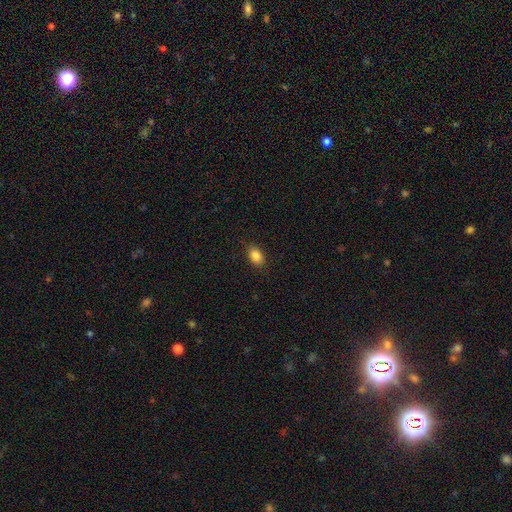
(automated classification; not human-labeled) A smooth galaxy with no disk features (86%) that is in between round and cigar-shaped (83%).

Vote fractions:
- Smooth or featured? smooth: 86% / star or artifact: 9% / featured or disk: 5%
- How rounded? in between: 83% / round: 15% / cigar-shaped: 2%
- Merging? none: 87% / minor disturbance: 10% / major disturbance: 2% / merger: 1%